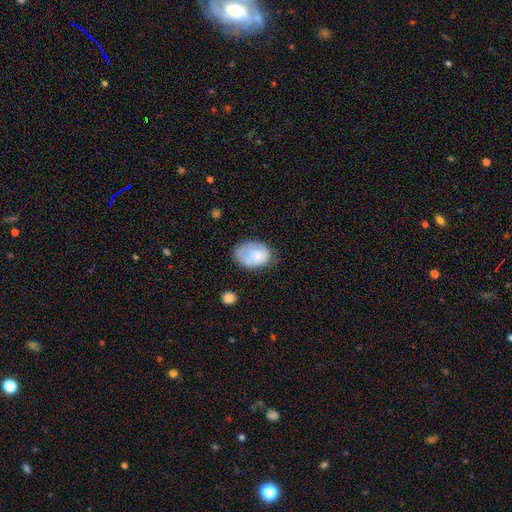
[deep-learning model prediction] Overall: smooth (72%). How rounded: in between (79%). Merging: none (51%; minor disturbance 32%).